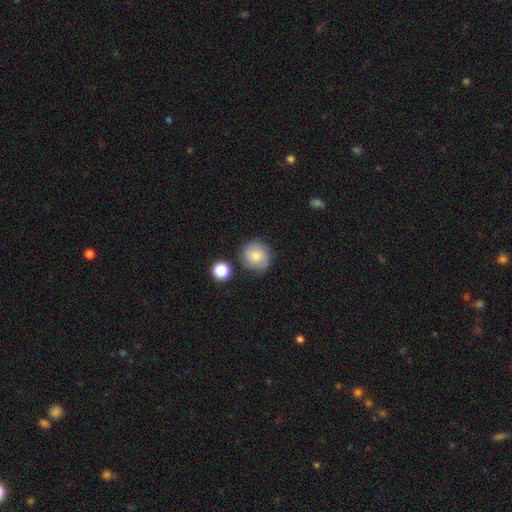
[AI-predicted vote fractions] A smooth galaxy with no disk features (73%) that is round (90%). Merging: none (77%).